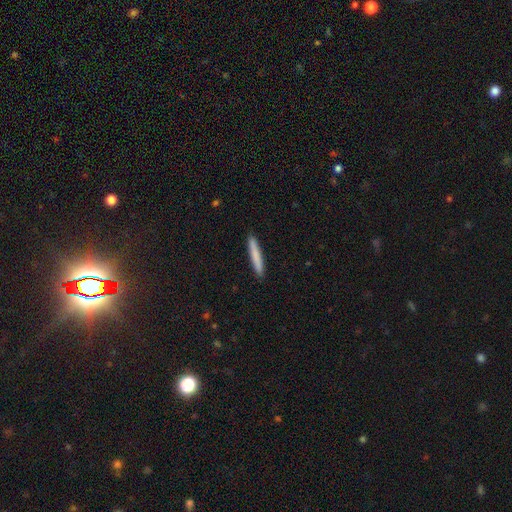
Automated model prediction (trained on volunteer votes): smooth-or-featured: smooth: 79% | featured or disk: 16% | star or artifact: 5%
  how-rounded: cigar-shaped: 96% | in between: 3% | round: 1%
  merging: none: 92% | minor disturbance: 6% | major disturbance: 1% | merger: 1%